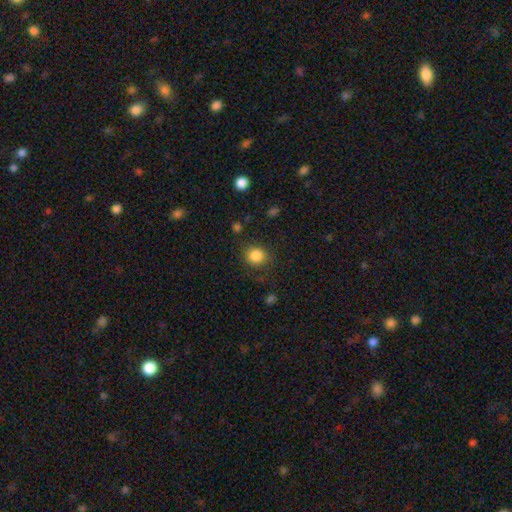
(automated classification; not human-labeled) Smooth or featured? Predicted: smooth (p=0.86). How rounded? Predicted: round (p=0.81). Merging? Predicted: none (p=0.81).